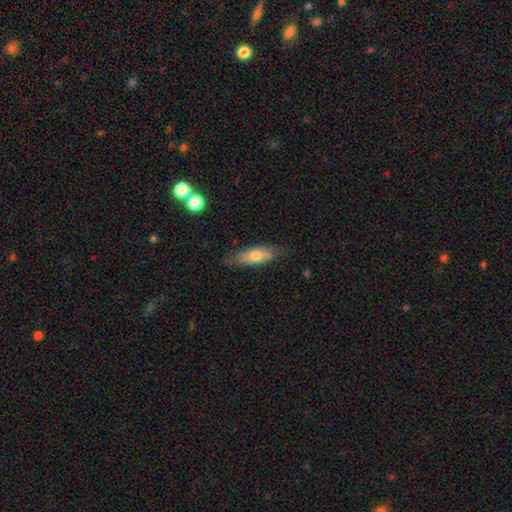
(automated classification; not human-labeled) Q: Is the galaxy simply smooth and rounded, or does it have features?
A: smooth — 64%.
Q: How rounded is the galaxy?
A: in between — 68%.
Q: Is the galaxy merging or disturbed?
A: none — 74%.